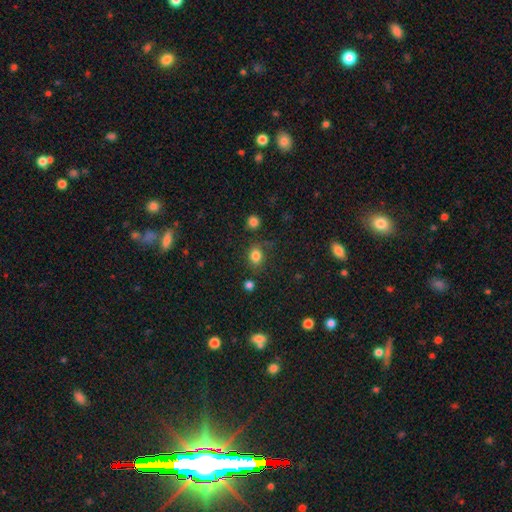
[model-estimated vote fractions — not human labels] smooth_or_featured: smooth (p=0.81) [alt: star or artifact p=0.13]
how_rounded: in between (p=0.51) [alt: round p=0.48]
merging: none (p=0.72) [alt: minor disturbance p=0.16]